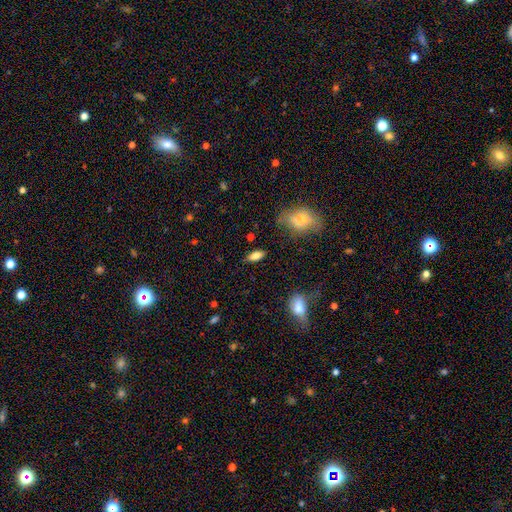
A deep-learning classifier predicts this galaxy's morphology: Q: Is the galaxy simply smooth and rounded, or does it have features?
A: smooth — 78%.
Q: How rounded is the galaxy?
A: in between — 82%.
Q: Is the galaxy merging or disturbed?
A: none — 81%.